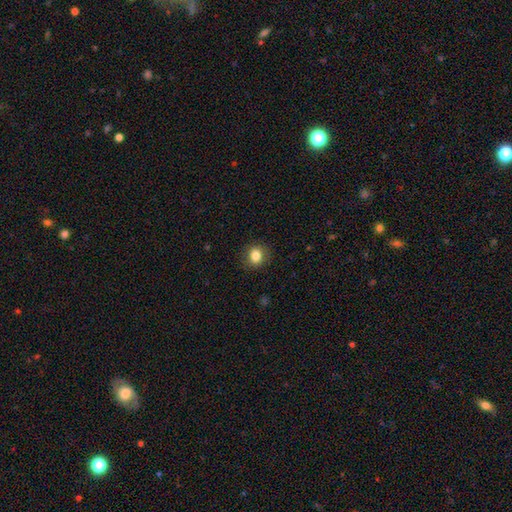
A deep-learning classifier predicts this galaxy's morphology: Smooth or featured? smooth (83%)
How rounded? round (74%)
Merging? none (89%)